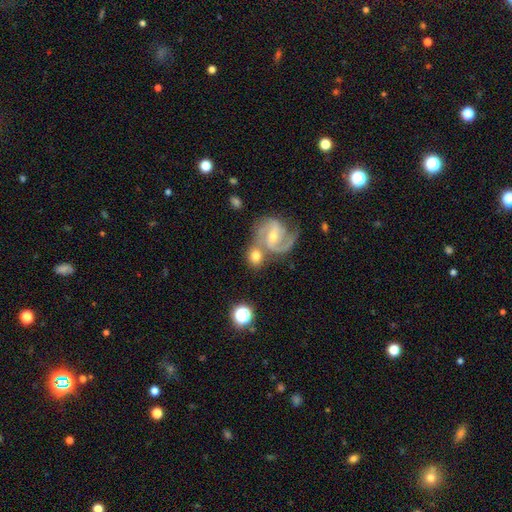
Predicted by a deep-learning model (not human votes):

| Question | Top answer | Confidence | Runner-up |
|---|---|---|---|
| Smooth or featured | featured or disk | 57% | smooth (35%) |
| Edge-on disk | no | 96% | yes (4%) |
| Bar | weak | 47% | no (28%) |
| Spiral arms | yes | 92% | no (8%) |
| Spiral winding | medium | 56% | tight (26%) |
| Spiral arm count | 2 | 80% | 3 (8%) |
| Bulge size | moderate | 46% | tied: small (46%) |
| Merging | none | 46% | merger (37%) |